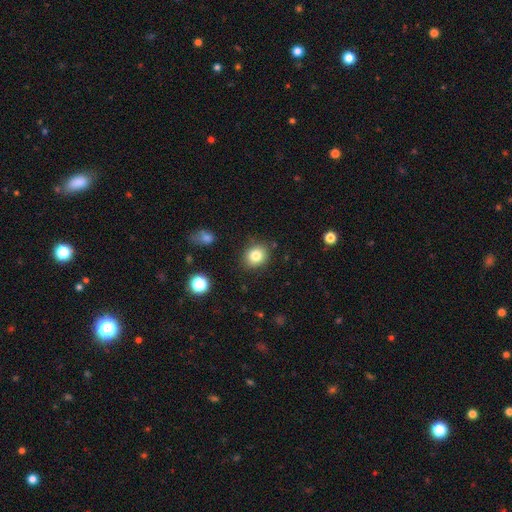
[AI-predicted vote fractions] smooth 82%, star or artifact 11%, featured or disk 7%. Down the decision tree: how rounded — round (67%); merging — none (85%).